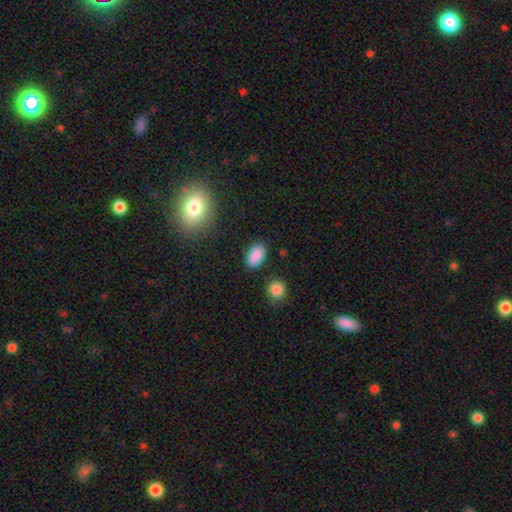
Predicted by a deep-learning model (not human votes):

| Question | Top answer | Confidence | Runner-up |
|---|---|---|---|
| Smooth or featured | smooth | 88% | star or artifact (8%) |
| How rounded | in between | 92% | round (7%) |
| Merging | none | 86% | minor disturbance (9%) |